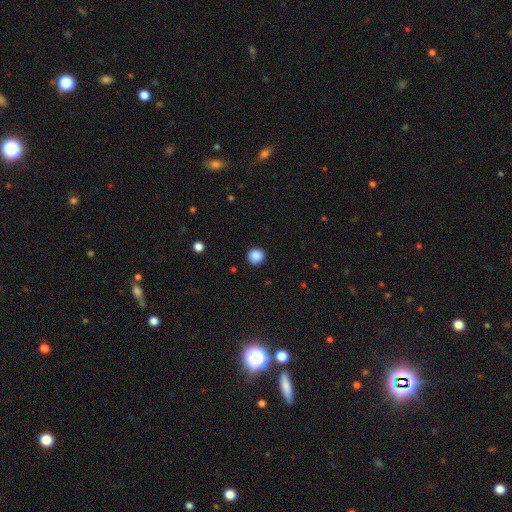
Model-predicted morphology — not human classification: Smooth or featured?
  - smooth: 87% *
  - star or artifact: 10%
  - featured or disk: 3%
How rounded?
  - round: 93% *
  - in between: 6%
  - cigar-shaped: 1%
Merging?
  - none: 90% *
  - minor disturbance: 7%
  - major disturbance: 2%
  - merger: 1%